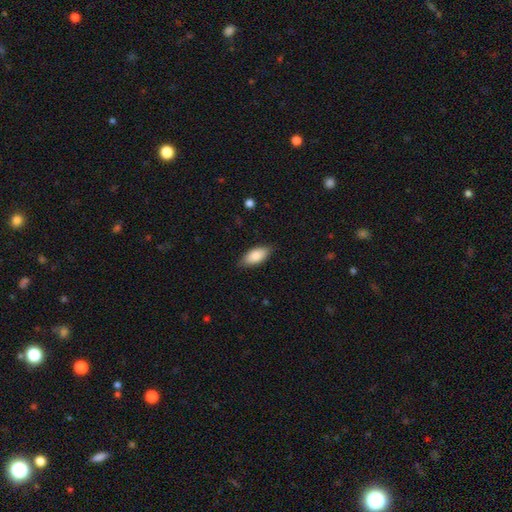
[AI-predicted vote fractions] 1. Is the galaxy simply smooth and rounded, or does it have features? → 85% smooth, 9% featured or disk, 6% star or artifact.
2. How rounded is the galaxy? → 90% in between, 8% cigar-shaped, 2% round.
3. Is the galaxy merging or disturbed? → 83% none, 14% minor disturbance, 2% major disturbance, 1% merger.